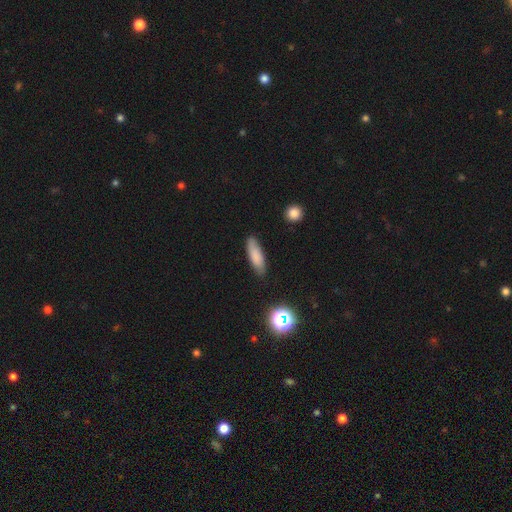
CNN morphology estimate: A smooth galaxy with no disk features (81%) that is cigar-shaped (51%).

Vote fractions:
- Smooth or featured? smooth: 81% / featured or disk: 11% / star or artifact: 8%
- How rounded? cigar-shaped: 51% / in between: 47% / round: 2%
- Merging? none: 82% / minor disturbance: 14% / major disturbance: 3% / merger: 2%